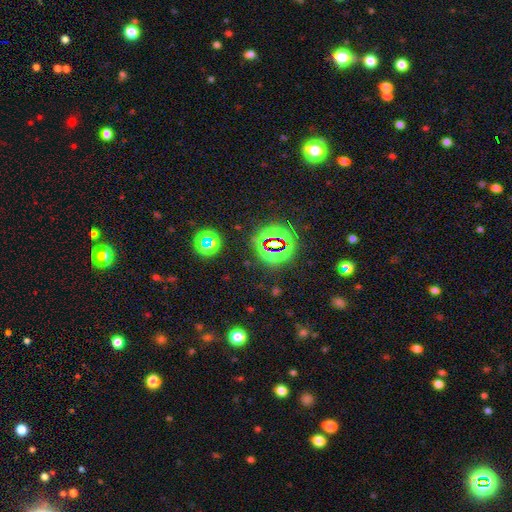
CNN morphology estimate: smooth_or_featured: star or artifact (p=0.78) [alt: smooth p=0.14]